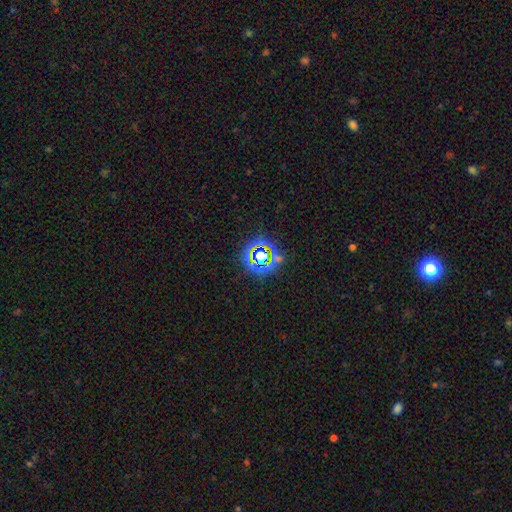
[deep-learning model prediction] Smooth or featured?
  - star or artifact: 72% *
  - smooth: 18%
  - featured or disk: 10%